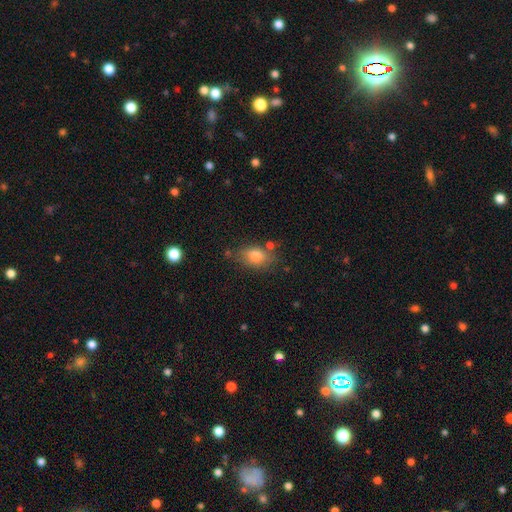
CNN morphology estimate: smooth_or_featured: smooth (p=0.78) [alt: featured or disk p=0.12]
how_rounded: in between (p=0.80) [alt: round p=0.17]
merging: none (p=0.69) [alt: minor disturbance p=0.19]